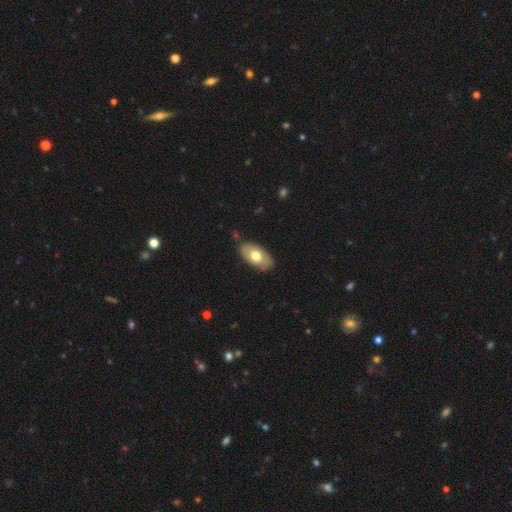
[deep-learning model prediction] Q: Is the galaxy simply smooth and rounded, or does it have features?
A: smooth — 67%.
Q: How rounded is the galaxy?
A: in between — 93%.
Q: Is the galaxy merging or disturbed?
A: none — 82%.